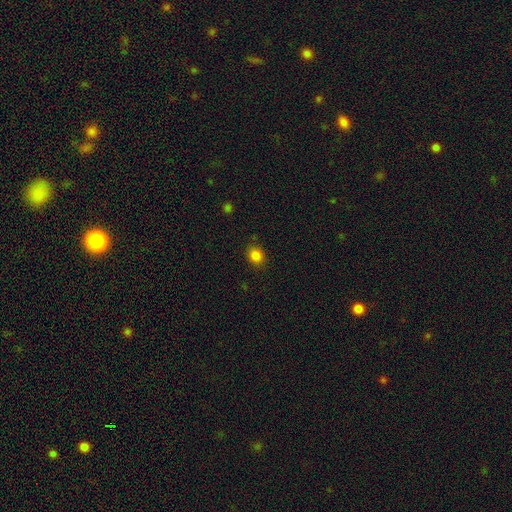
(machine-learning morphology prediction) This appears to be a smooth galaxy with no disk features (83%) that is round (69%). Merging: none (87%).